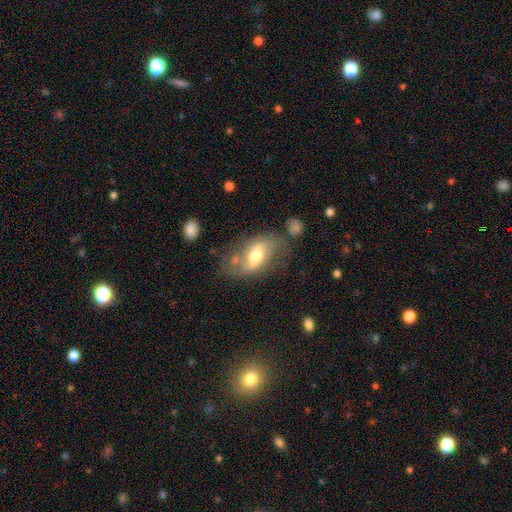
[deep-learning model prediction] featured or disk 62%, smooth 31%, star or artifact 7%. Down the decision tree: edge-on disk — no (91%); bar — weak (39%); spiral arms — yes (73%); bulge size — moderate (68%); merging — none (56%).